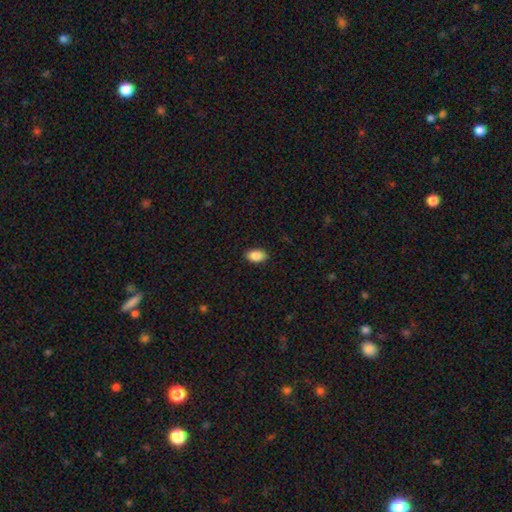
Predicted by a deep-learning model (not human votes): Q: Smooth or featured?
A: smooth (86%); runner-up: star or artifact (8%)
Q: How rounded?
A: in between (92%); runner-up: round (7%)
Q: Merging?
A: none (89%); runner-up: minor disturbance (8%)